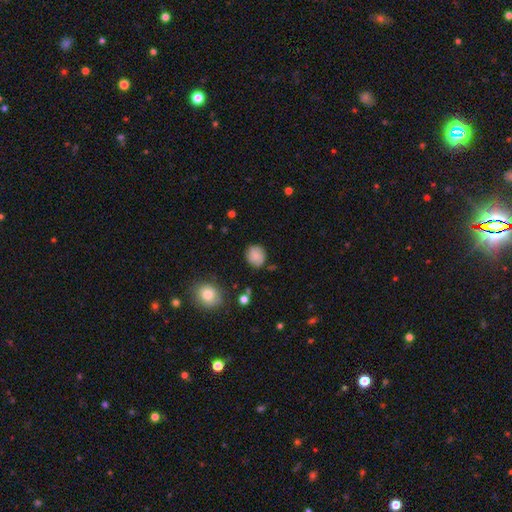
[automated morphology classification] Smooth or featured: smooth — 84% (star or artifact — 9%)
How rounded: round — 78% (in between — 21%)
Merging: none — 80% (minor disturbance — 15%)